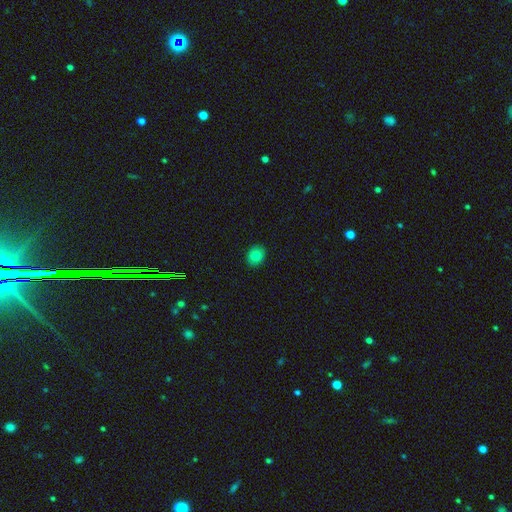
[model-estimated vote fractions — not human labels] Smooth or featured? smooth (83%)
How rounded? round (52%)
Merging? none (90%)